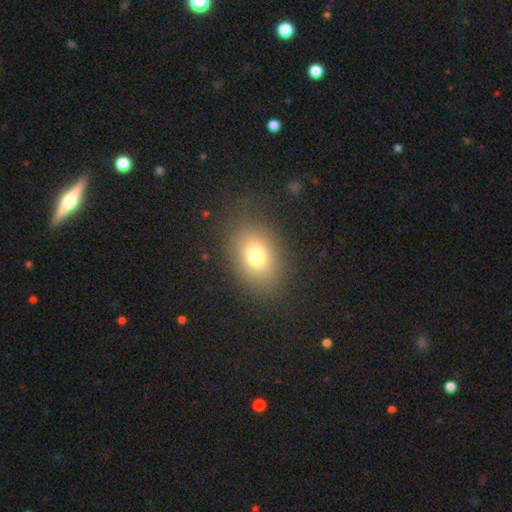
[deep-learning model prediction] The model was most divided on "how rounded": in between: 69%, round: 30%, cigar-shaped: 1%. More confident: merging — none (81%); smooth or featured — smooth (74%).